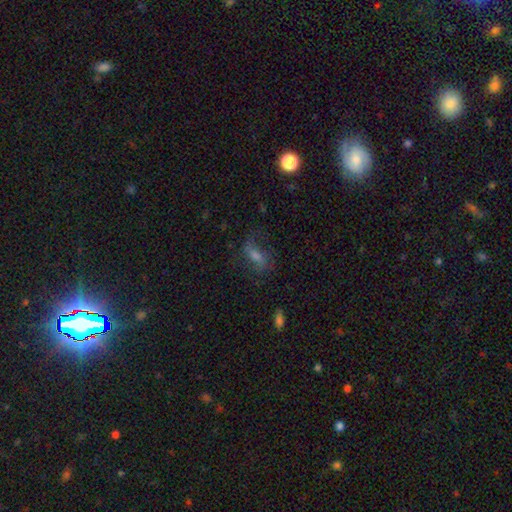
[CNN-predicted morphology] featured or disk 47%, smooth 34%, star or artifact 19%. Down the decision tree: merging — none (63%).